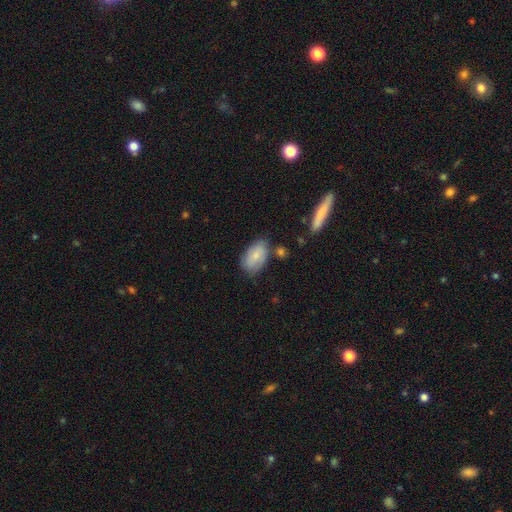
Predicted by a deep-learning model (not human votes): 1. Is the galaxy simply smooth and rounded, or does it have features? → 75% smooth, 19% featured or disk, 6% star or artifact.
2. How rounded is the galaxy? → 92% in between, 6% round, 2% cigar-shaped.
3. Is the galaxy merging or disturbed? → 65% none, 24% minor disturbance, 6% merger, 5% major disturbance.